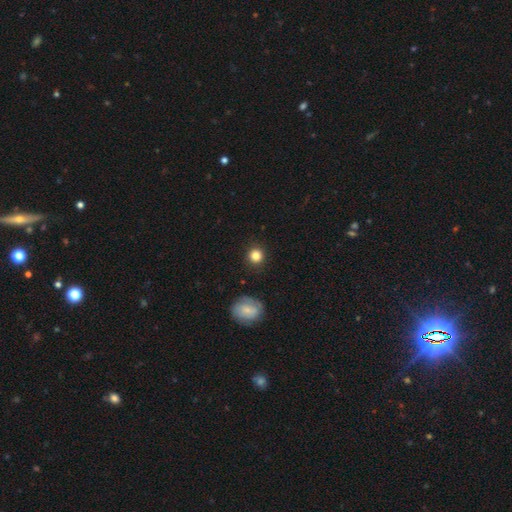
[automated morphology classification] The model was most divided on "smooth or featured": smooth: 83%, star or artifact: 11%, featured or disk: 6%. More confident: how rounded — round (92%); merging — none (88%).